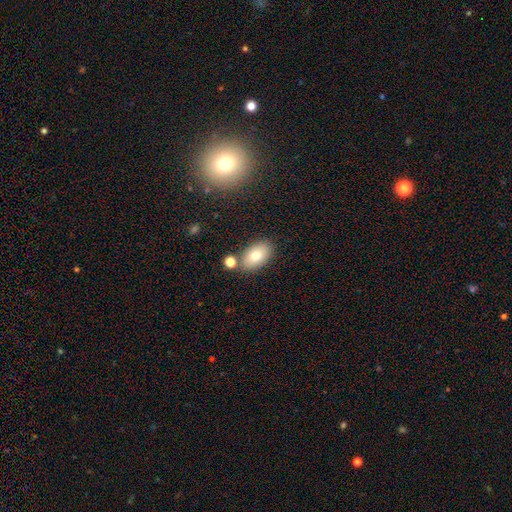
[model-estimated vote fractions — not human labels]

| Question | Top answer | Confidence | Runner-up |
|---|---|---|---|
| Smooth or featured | smooth | 77% | featured or disk (14%) |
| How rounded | in between | 91% | round (7%) |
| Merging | none | 78% | minor disturbance (11%) |